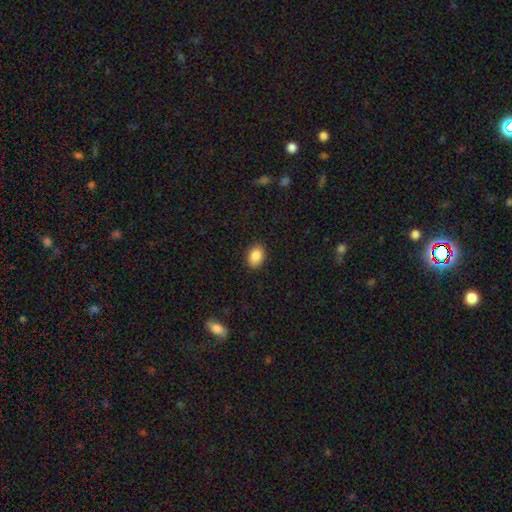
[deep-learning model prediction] Overall: smooth (88%). How rounded: in between (79%). Merging: none (89%).